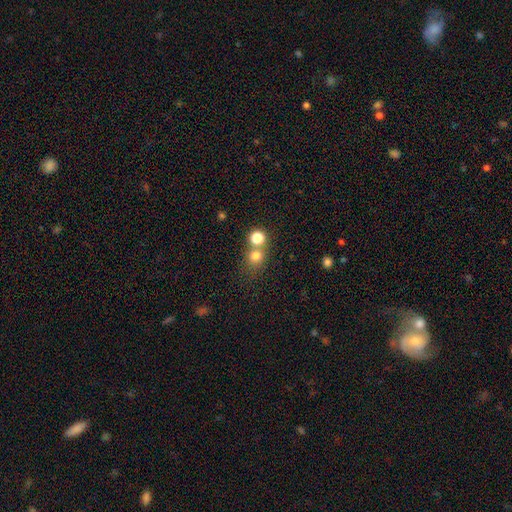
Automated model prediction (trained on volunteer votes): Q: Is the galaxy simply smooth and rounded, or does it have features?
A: smooth — 76%.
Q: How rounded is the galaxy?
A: round — 82%.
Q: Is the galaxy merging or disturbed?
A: none — 52%.